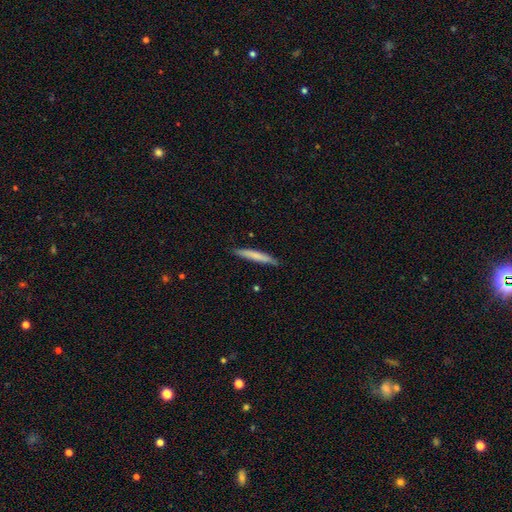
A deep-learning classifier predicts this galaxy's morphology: smooth 71%, featured or disk 24%, star or artifact 5%. Down the decision tree: how rounded — cigar-shaped (95%); merging — none (87%).